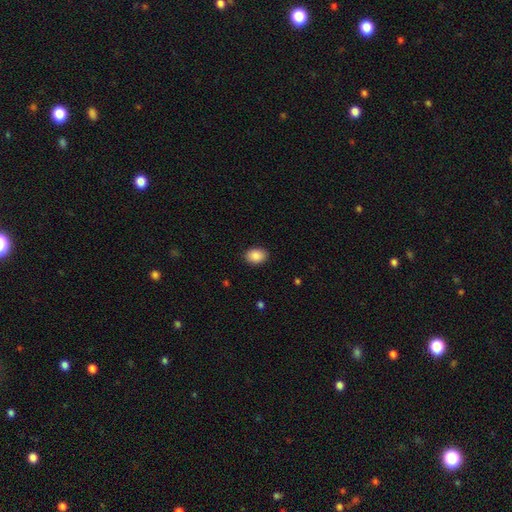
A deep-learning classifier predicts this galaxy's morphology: This is clearly a smooth galaxy (89%). How rounded: likely in between (74%). Merging: clearly none (88%).